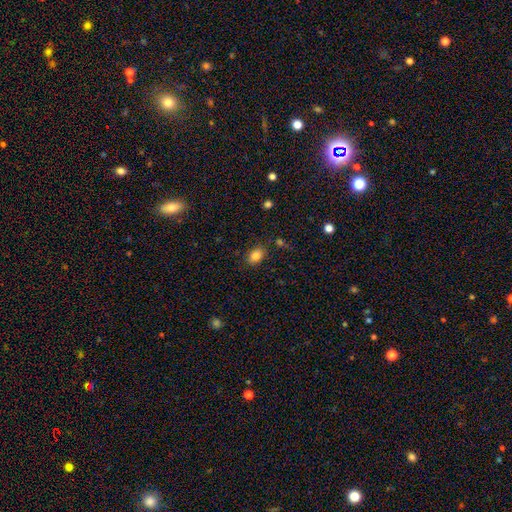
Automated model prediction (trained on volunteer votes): Q: Smooth or featured?
A: smooth (84%); runner-up: star or artifact (10%)
Q: How rounded?
A: in between (75%); runner-up: round (24%)
Q: Merging?
A: none (81%); runner-up: minor disturbance (12%)